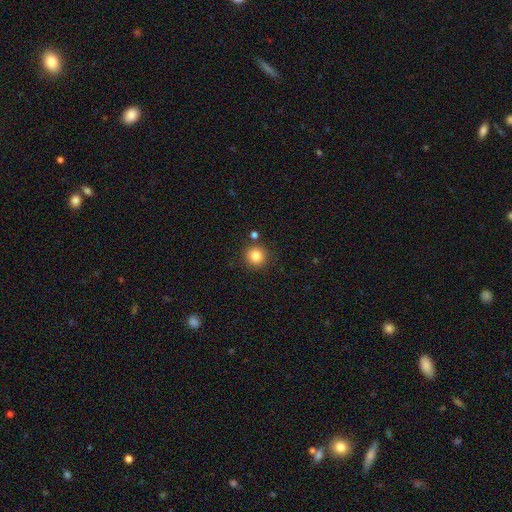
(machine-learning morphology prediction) smooth_or_featured: smooth (p=0.84) [alt: star or artifact p=0.11]
how_rounded: round (p=0.94) [alt: in between p=0.05]
merging: none (p=0.86) [alt: minor disturbance p=0.07]